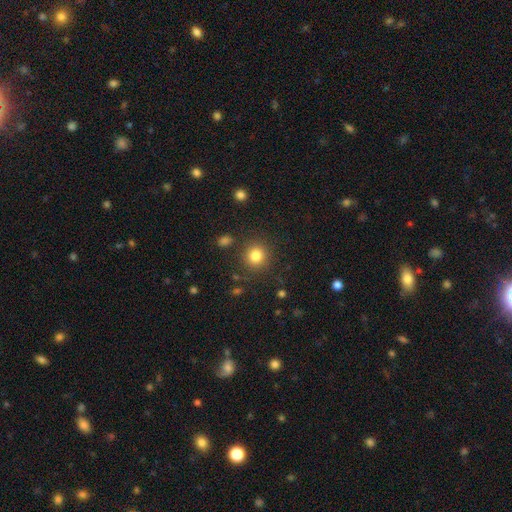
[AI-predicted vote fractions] A smooth galaxy with no disk features (82%) that is round (91%).

Vote fractions:
- Smooth or featured? smooth: 82% / star or artifact: 12% / featured or disk: 6%
- How rounded? round: 91% / in between: 8% / cigar-shaped: 1%
- Merging? none: 87% / minor disturbance: 7% / major disturbance: 3% / merger: 3%